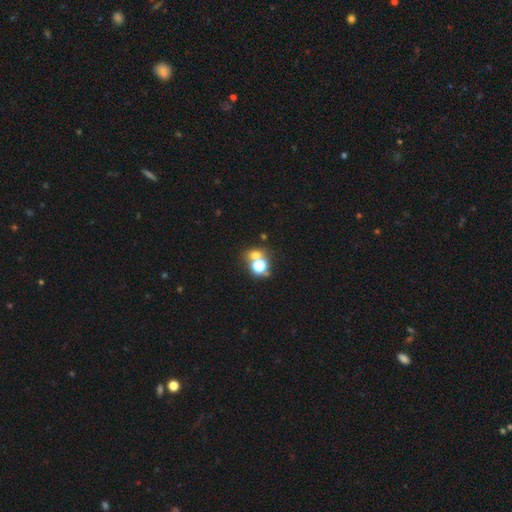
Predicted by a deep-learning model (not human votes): Overall: smooth (54%; star or artifact 35%). How rounded: round (72%). Merging: none (52%; merger 35%).